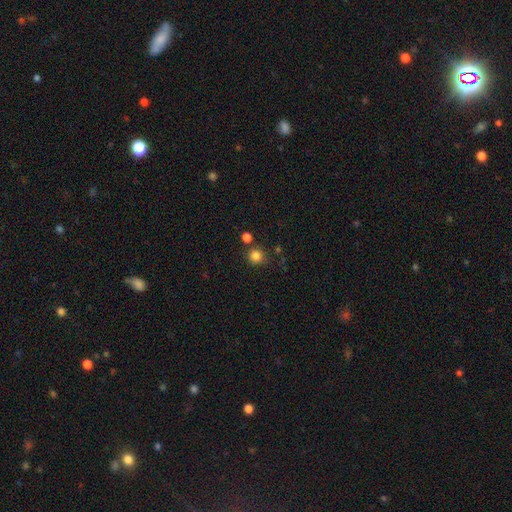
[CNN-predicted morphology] A smooth galaxy with no disk features (82%) that is round (92%). Merging: none (78%).